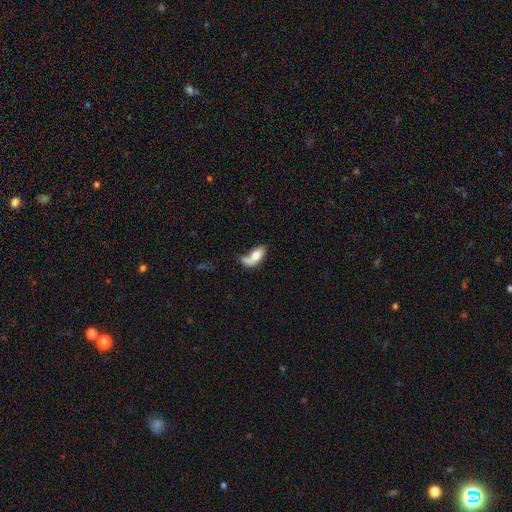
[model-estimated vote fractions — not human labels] Smooth or featured?
  - smooth: 67% *
  - featured or disk: 26%
  - star or artifact: 7%
How rounded?
  - in between: 86% *
  - cigar-shaped: 8%
  - round: 5%
Merging?
  - merger: 29% *
  - none: 28%
  - major disturbance: 23%
  - minor disturbance: 20%